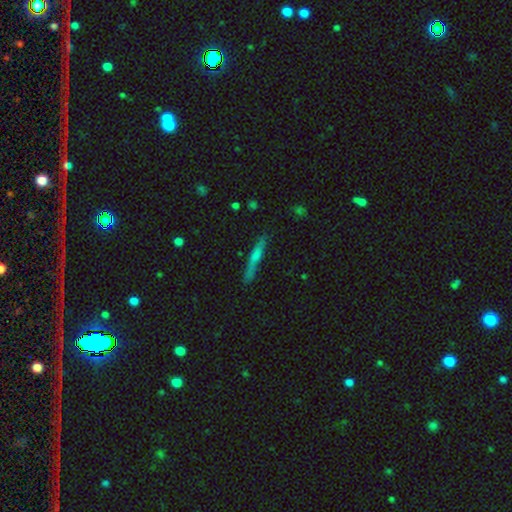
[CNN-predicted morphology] featured or disk 46% (tied), smooth 46% (tied), star or artifact 8%. Down the decision tree: merging — none (86%).